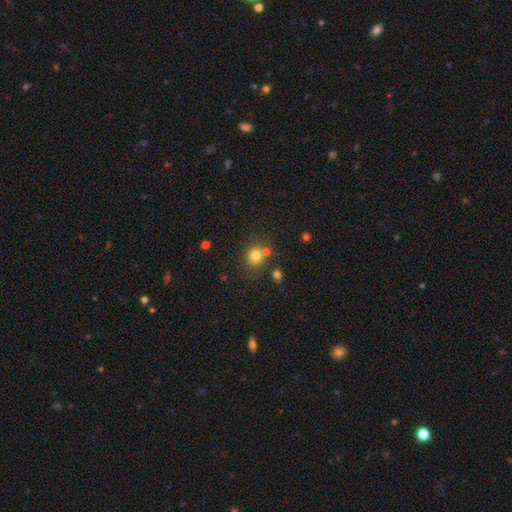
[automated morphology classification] Q: Smooth or featured?
A: smooth (78%); runner-up: star or artifact (14%)
Q: How rounded?
A: round (84%); runner-up: in between (15%)
Q: Merging?
A: none (66%); runner-up: merger (20%)